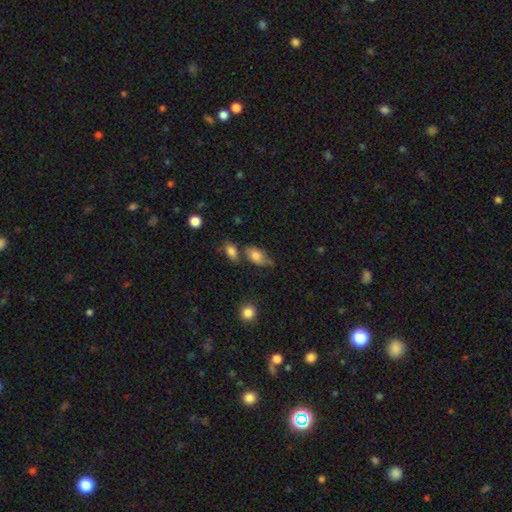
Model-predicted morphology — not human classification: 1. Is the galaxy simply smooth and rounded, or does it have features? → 76% smooth, 16% featured or disk, 8% star or artifact.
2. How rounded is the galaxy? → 88% in between, 9% round, 4% cigar-shaped.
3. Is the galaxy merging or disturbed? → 46% none, 27% minor disturbance, 17% merger, 9% major disturbance.